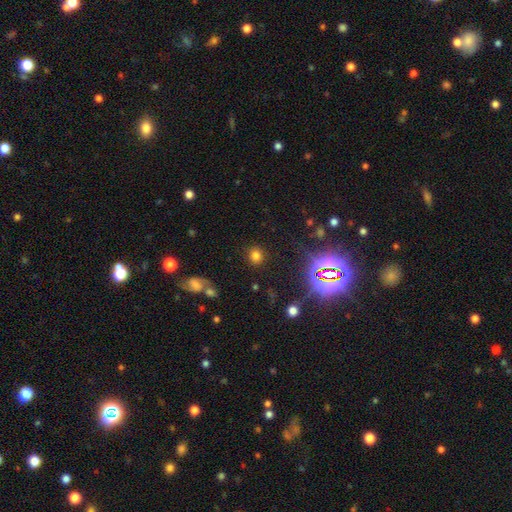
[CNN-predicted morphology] Smooth or featured? Predicted: smooth (p=0.72). How rounded? Predicted: round (p=0.82). Merging? Predicted: none (p=0.87).